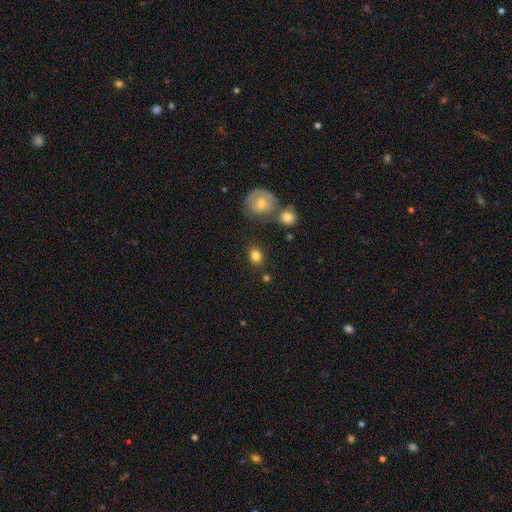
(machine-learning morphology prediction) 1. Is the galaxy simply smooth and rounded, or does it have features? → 82% smooth, 10% star or artifact, 8% featured or disk.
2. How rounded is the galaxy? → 56% in between, 43% round, 1% cigar-shaped.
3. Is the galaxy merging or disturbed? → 76% none, 12% minor disturbance, 8% merger, 4% major disturbance.